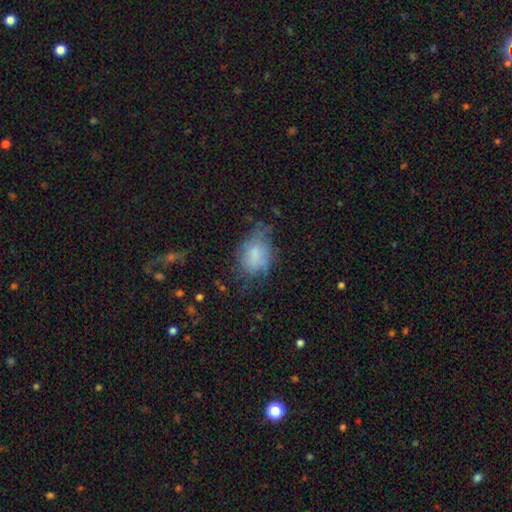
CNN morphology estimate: Smooth or featured? Predicted: smooth (p=0.73). How rounded? Predicted: in between (p=0.70). Merging? Predicted: none (p=0.42).